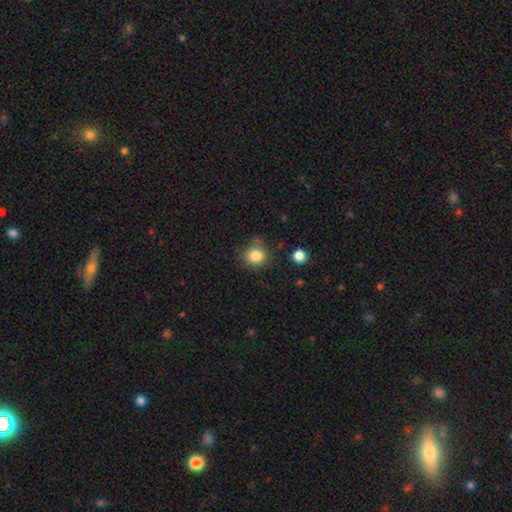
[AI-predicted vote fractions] Q: Smooth or featured?
A: smooth (84%); runner-up: star or artifact (10%)
Q: How rounded?
A: round (83%); runner-up: in between (16%)
Q: Merging?
A: none (68%); runner-up: minor disturbance (20%)